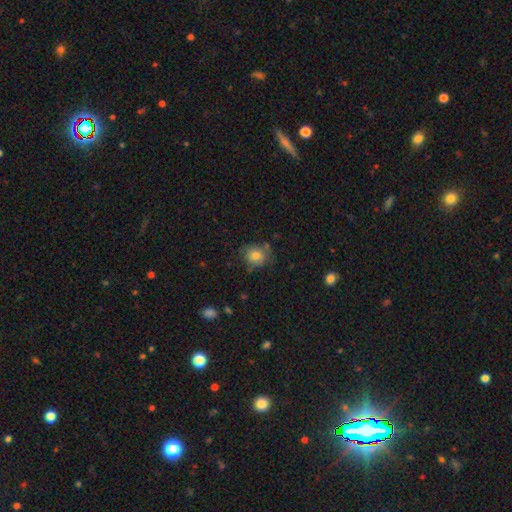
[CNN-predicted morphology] type=smooth (78%); roundness=round (78%); merging=none (70%).